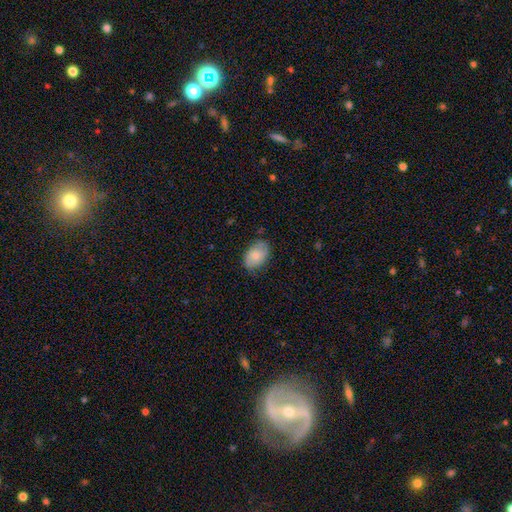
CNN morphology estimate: A smooth galaxy with no disk features (76%) that is in between round and cigar-shaped (87%).

Vote fractions:
- Smooth or featured? smooth: 76% / featured or disk: 18% / star or artifact: 7%
- How rounded? in between: 87% / round: 12% / cigar-shaped: 1%
- Merging? none: 72% / minor disturbance: 22% / major disturbance: 5% / merger: 1%